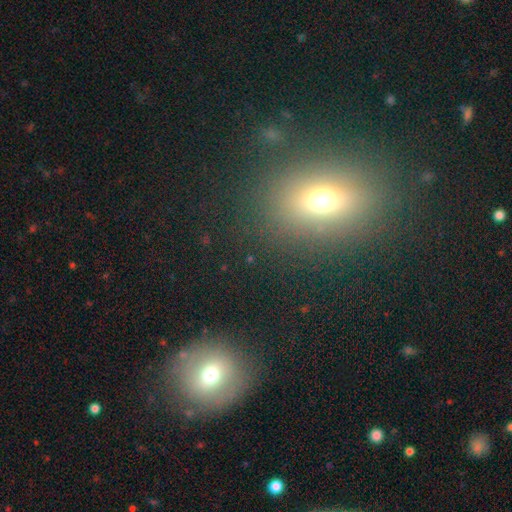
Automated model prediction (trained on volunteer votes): Smooth or featured: smooth — 55% (star or artifact — 26%)
How rounded: in between — 55% (round — 41%)
Merging: none — 83% (minor disturbance — 9%)